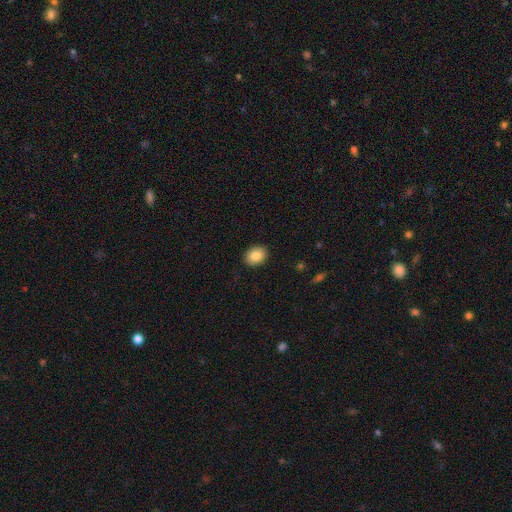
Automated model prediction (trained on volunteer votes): A smooth galaxy with no disk features (84%) that is in between round and cigar-shaped (53%).

Vote fractions:
- Smooth or featured? smooth: 84% / star or artifact: 8% / featured or disk: 8%
- How rounded? in between: 53% / round: 46% / cigar-shaped: 1%
- Merging? none: 90% / minor disturbance: 7% / major disturbance: 2% / merger: 1%